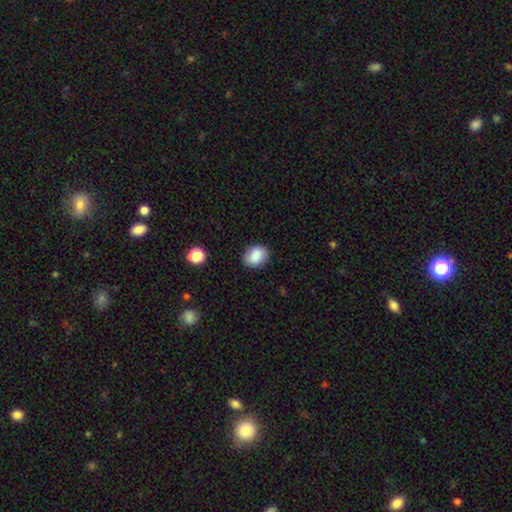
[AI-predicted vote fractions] Smooth or featured? smooth (85%)
How rounded? in between (61%)
Merging? none (83%)